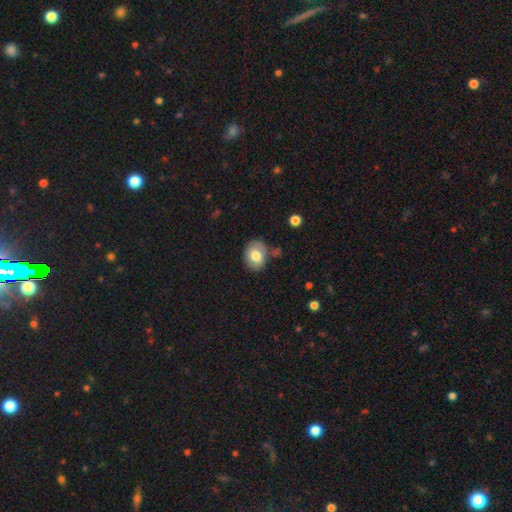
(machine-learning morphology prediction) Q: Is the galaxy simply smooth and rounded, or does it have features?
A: smooth — 74%.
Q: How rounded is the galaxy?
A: in between — 54%.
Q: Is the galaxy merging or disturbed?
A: none — 71%.